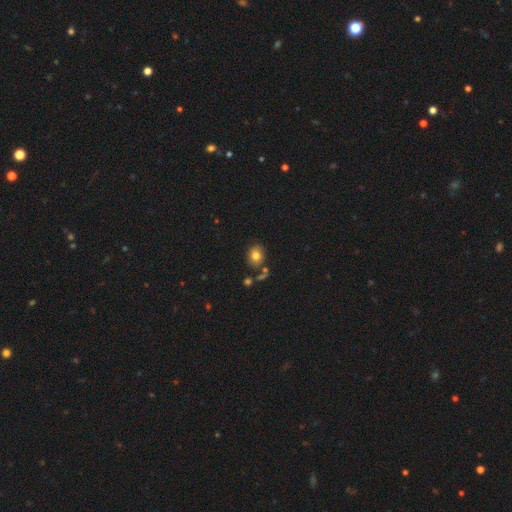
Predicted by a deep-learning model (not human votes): Smooth or featured? Predicted: smooth (p=0.79). How rounded? Predicted: round (p=0.55). Merging? Predicted: none (p=0.75).